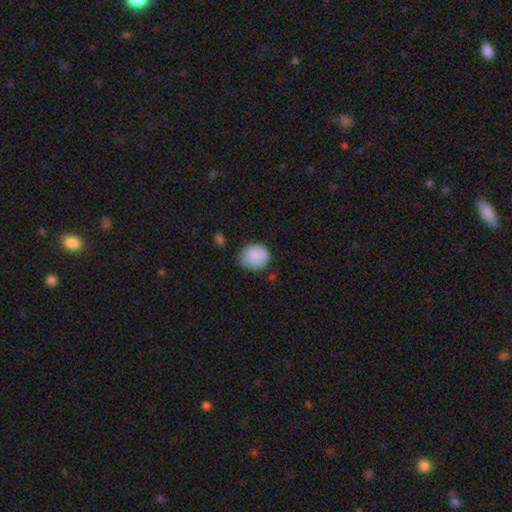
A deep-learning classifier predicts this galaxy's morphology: This is clearly a smooth galaxy (85%). How rounded: likely round (72%). Merging: likely none (68%).